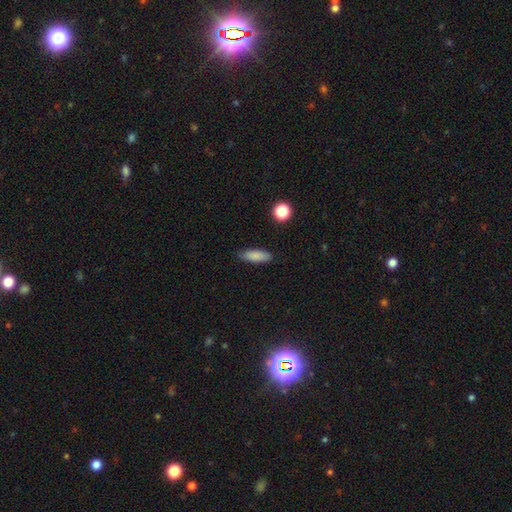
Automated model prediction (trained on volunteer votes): A smooth galaxy with no disk features (85%) that is in between round and cigar-shaped (59%). Merging: none (87%).